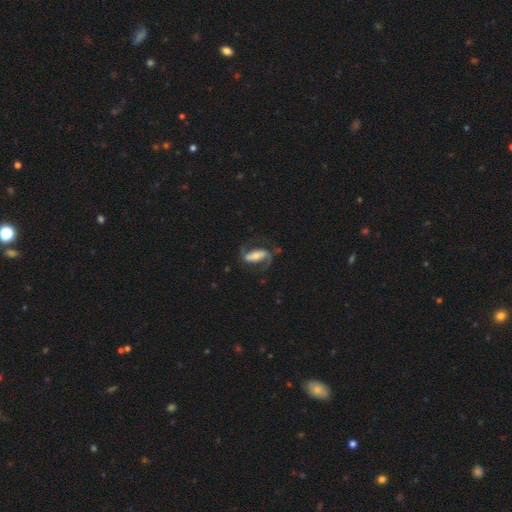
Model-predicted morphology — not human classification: Smooth or featured? featured or disk (79%)
Edge-on disk? no (94%)
Bar? strong (53%)
Spiral arms? yes (94%)
Spiral winding? medium (43%, tied with loose)
Spiral arm count? 2 (90%)
Bulge size? moderate (43%)
Merging? none (66%)